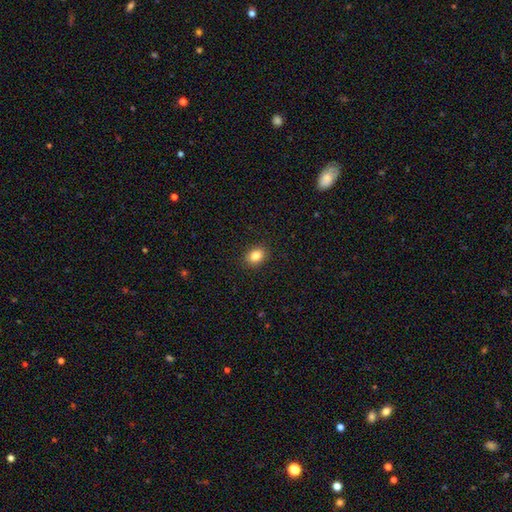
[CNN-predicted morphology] Smooth or featured? smooth (85%)
How rounded? in between (59%)
Merging? none (90%)